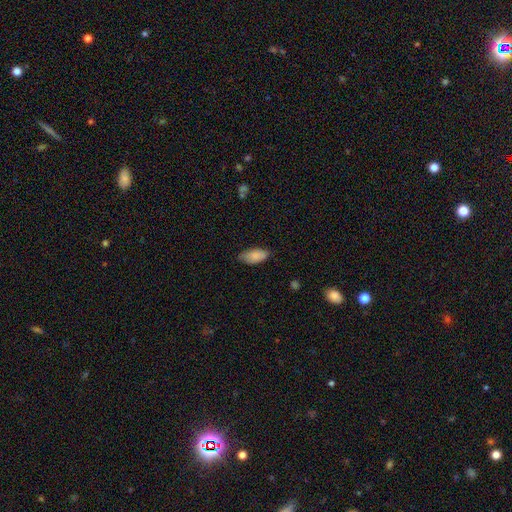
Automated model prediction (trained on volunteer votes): smooth-or-featured: smooth: 84% | featured or disk: 10% | star or artifact: 7%
  how-rounded: in between: 91% | cigar-shaped: 7% | round: 2%
  merging: none: 68% | minor disturbance: 26% | major disturbance: 4% | merger: 1%